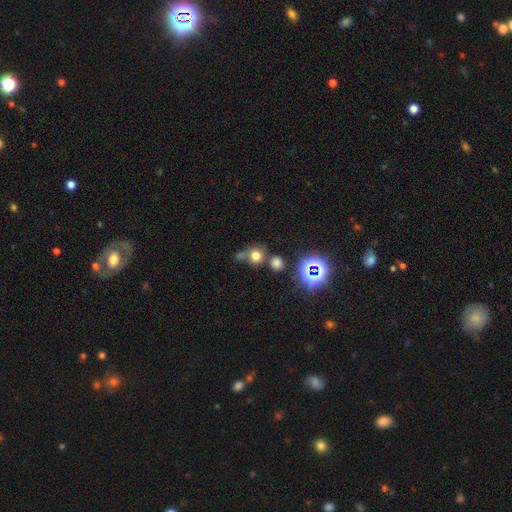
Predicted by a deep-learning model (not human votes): Smooth or featured: smooth — 70% (star or artifact — 21%)
How rounded: round — 86% (in between — 13%)
Merging: none — 58% (merger — 25%)